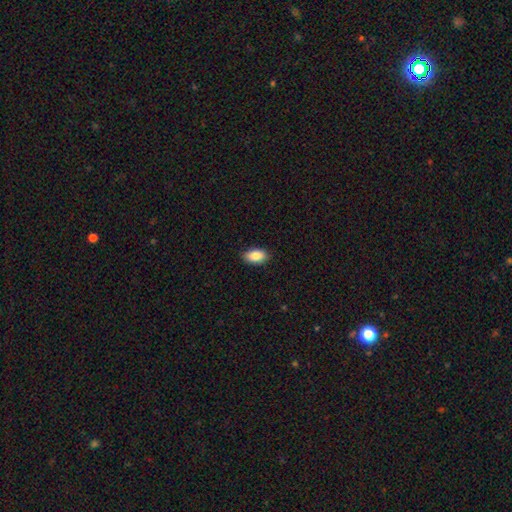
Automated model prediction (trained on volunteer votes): This appears to be a smooth galaxy with no disk features (88%) that is in between round and cigar-shaped (93%). Merging: none (88%).